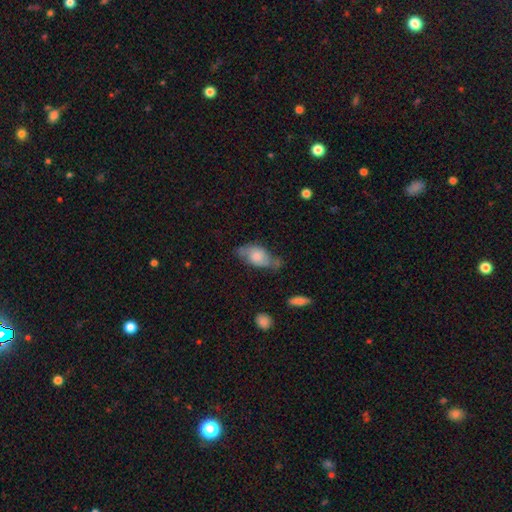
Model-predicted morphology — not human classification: smooth_or_featured: featured or disk (p=0.49) [alt: smooth p=0.41]
merging: none (p=0.59) [alt: minor disturbance p=0.27]